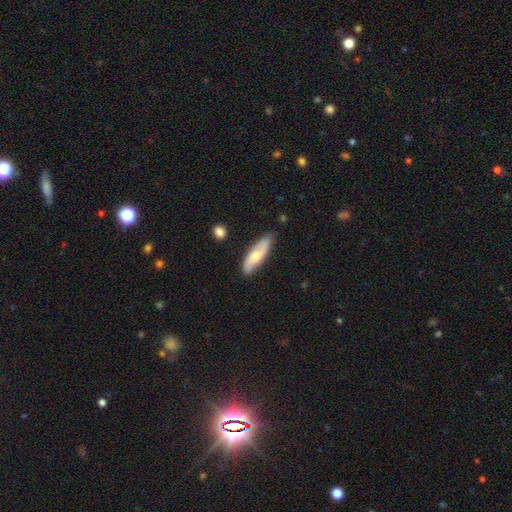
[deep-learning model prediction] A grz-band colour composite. It shows a smooth galaxy with no disk features (54%) that is cigar-shaped (49%, tied with in between). Merging: none (76%).